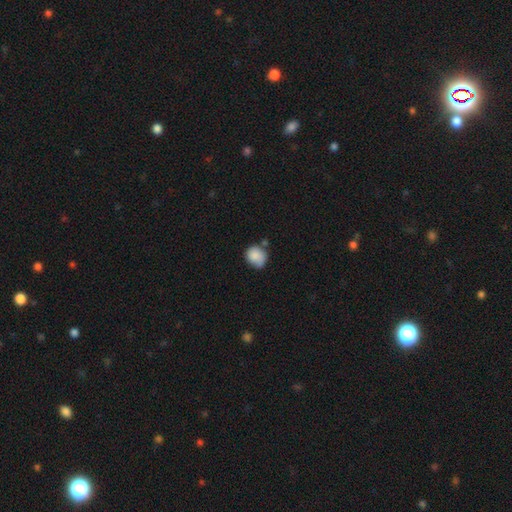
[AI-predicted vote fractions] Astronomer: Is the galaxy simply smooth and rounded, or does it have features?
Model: smooth — 85%.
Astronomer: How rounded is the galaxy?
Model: round — 74%.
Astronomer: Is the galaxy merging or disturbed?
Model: none — 50% (runner-up: minor disturbance, 31%).